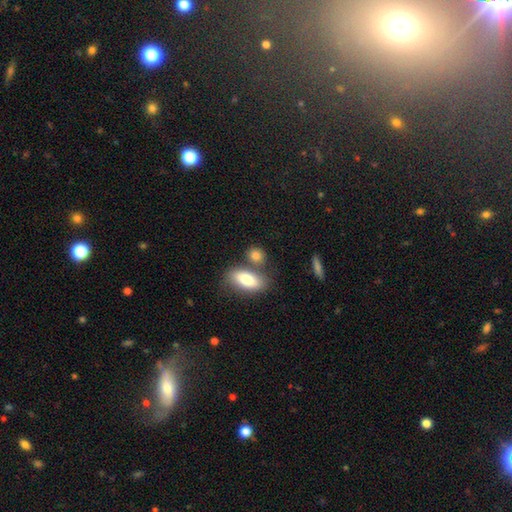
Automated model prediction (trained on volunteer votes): Morphology: type=smooth (81%); roundness=in between (54%); merging=none (59%).